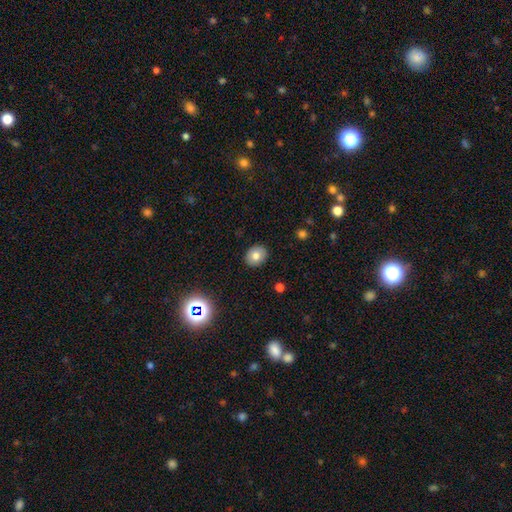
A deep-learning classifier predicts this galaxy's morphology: This is likely a smooth galaxy (76%). How rounded: likely round (61%). Merging: clearly none (89%).